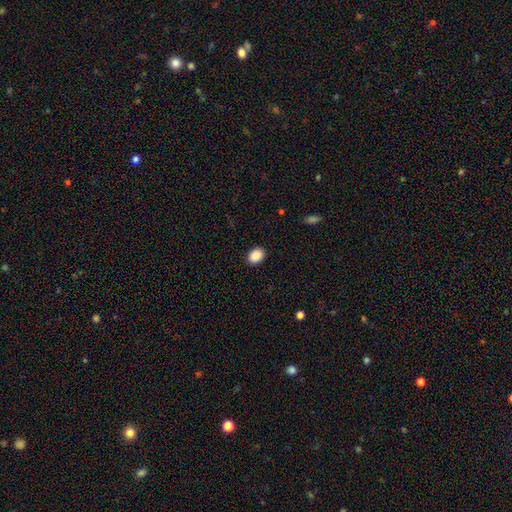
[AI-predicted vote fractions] Smooth or featured?
  - smooth: 90% *
  - star or artifact: 8%
  - featured or disk: 2%
How rounded?
  - in between: 63% *
  - round: 36%
  - cigar-shaped: 1%
Merging?
  - none: 90% *
  - minor disturbance: 7%
  - major disturbance: 2%
  - merger: 1%